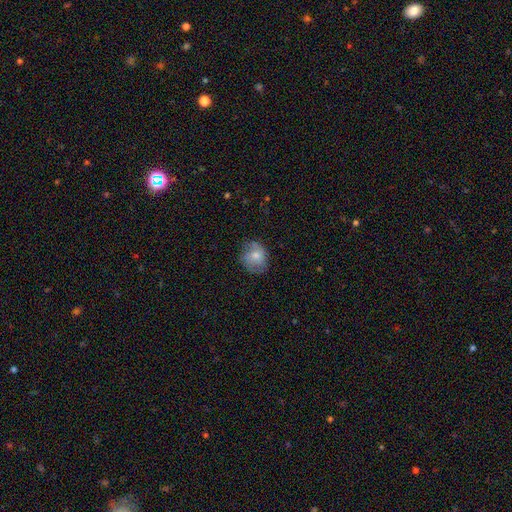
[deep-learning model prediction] smooth_or_featured: smooth (p=0.61) [alt: featured or disk p=0.32]
how_rounded: round (p=0.66) [alt: in between p=0.33]
merging: none (p=0.65) [alt: minor disturbance p=0.25]